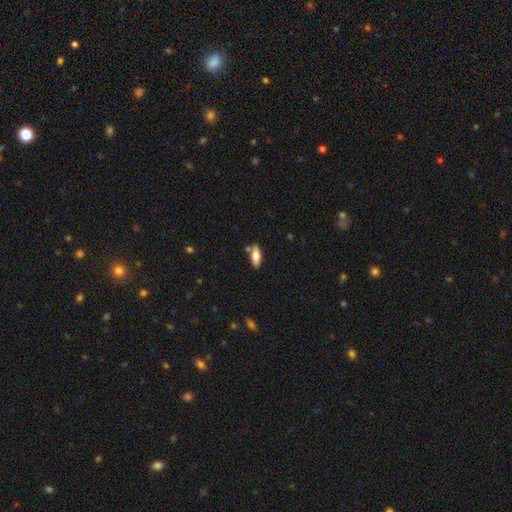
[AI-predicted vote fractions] Q: Smooth or featured?
A: smooth (70%); runner-up: featured or disk (24%)
Q: How rounded?
A: in between (72%); runner-up: cigar-shaped (26%)
Q: Merging?
A: none (79%); runner-up: minor disturbance (12%)